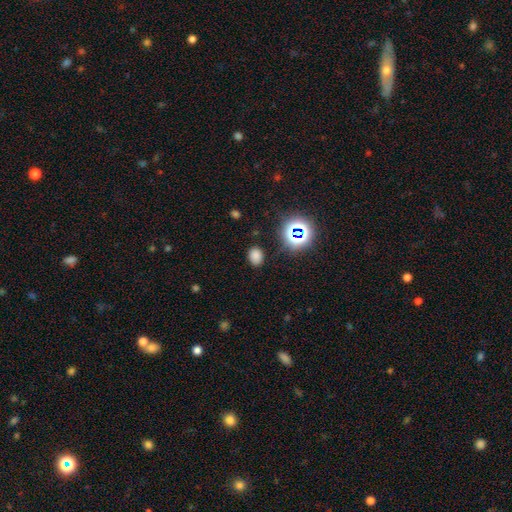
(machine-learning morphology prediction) Q: Smooth or featured?
A: smooth (73%); runner-up: star or artifact (22%)
Q: How rounded?
A: in between (64%); runner-up: round (35%)
Q: Merging?
A: none (84%); runner-up: minor disturbance (11%)